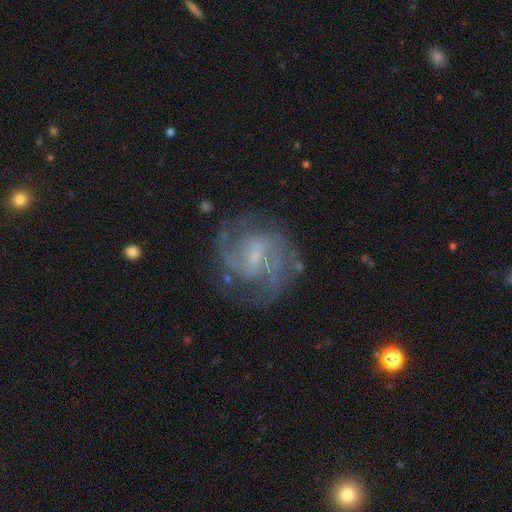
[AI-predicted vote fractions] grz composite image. It shows a featured or disk galaxy (87%) with a weak bar (60%), 2 (61%) medium (52%) spiral arms (96%) and a small central bulge (56%). Merging: none (71%).